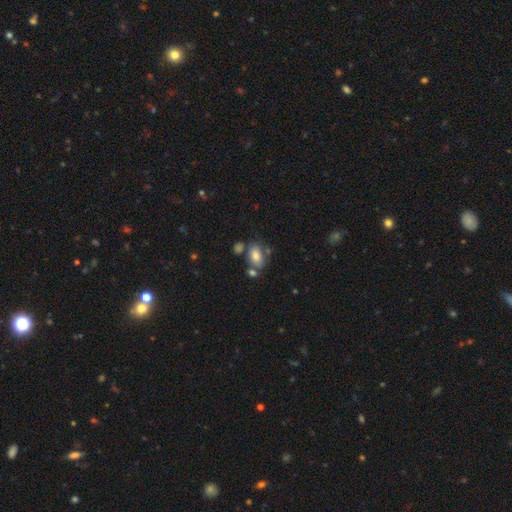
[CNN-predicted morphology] Q: Smooth or featured?
A: smooth (78%); runner-up: featured or disk (13%)
Q: How rounded?
A: in between (87%); runner-up: round (11%)
Q: Merging?
A: none (56%); runner-up: merger (20%)